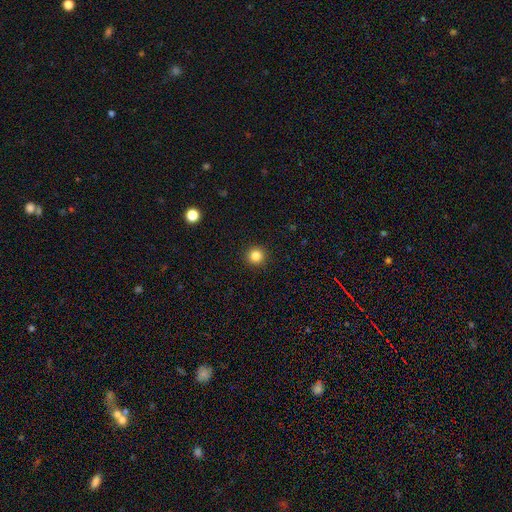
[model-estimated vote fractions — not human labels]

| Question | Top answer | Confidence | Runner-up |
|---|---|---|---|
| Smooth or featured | smooth | 84% | star or artifact (12%) |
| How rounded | round | 95% | in between (4%) |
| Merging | none | 93% | minor disturbance (4%) |